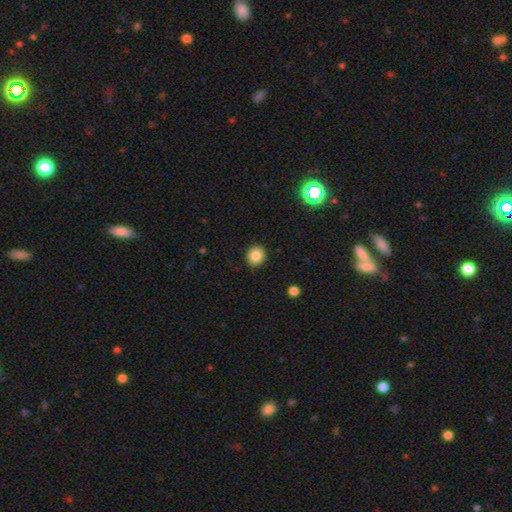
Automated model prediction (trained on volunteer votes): Smooth or featured: smooth — 84% (star or artifact — 10%)
How rounded: round — 80% (in between — 19%)
Merging: none — 91% (minor disturbance — 7%)